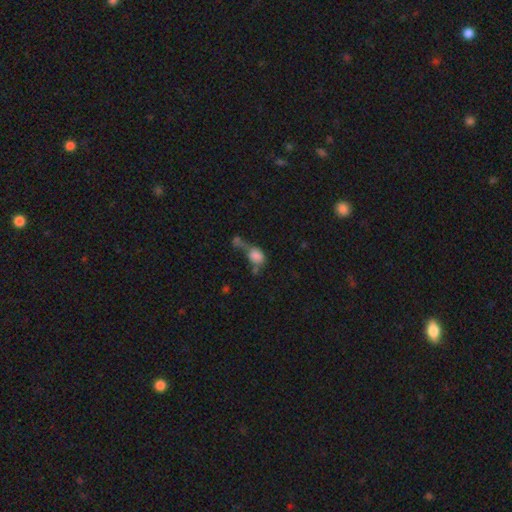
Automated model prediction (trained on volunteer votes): Smooth or featured?
  - smooth: 75% *
  - featured or disk: 14%
  - star or artifact: 11%
How rounded?
  - in between: 63% *
  - round: 34%
  - cigar-shaped: 3%
Merging?
  - merger: 47% *
  - major disturbance: 21%
  - none: 19%
  - minor disturbance: 13%